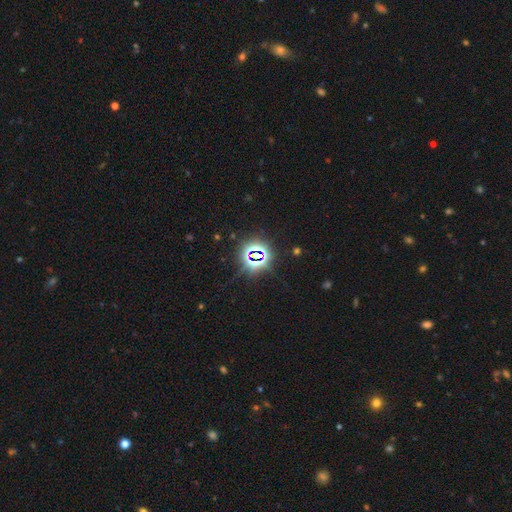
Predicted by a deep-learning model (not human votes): smooth_or_featured: star or artifact (p=0.77) [alt: smooth p=0.14]